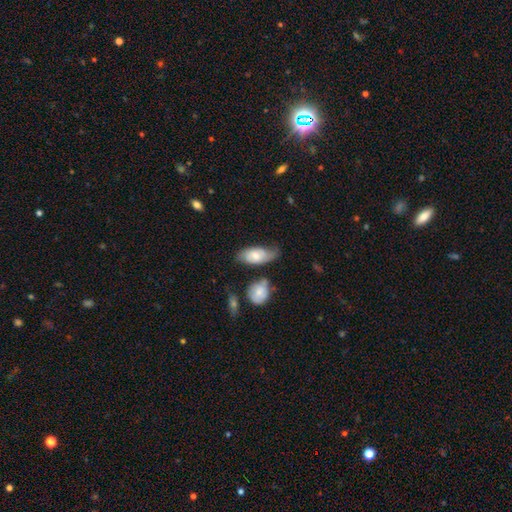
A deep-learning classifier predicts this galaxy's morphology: A smooth galaxy with no disk features (54%) that is in between round and cigar-shaped (89%).

Vote fractions:
- Smooth or featured? smooth: 54% / featured or disk: 40% / star or artifact: 6%
- How rounded? in between: 89% / cigar-shaped: 7% / round: 4%
- Merging? none: 50% / minor disturbance: 29% / major disturbance: 12% / merger: 9%